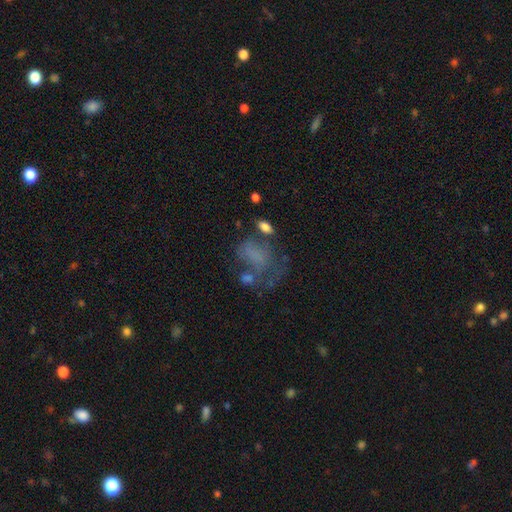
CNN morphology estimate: The model was most divided on "smooth or featured" (2-way tie): smooth: 41%, featured or disk: 41%, star or artifact: 19%. Remaining: merging — major disturbance (42%).